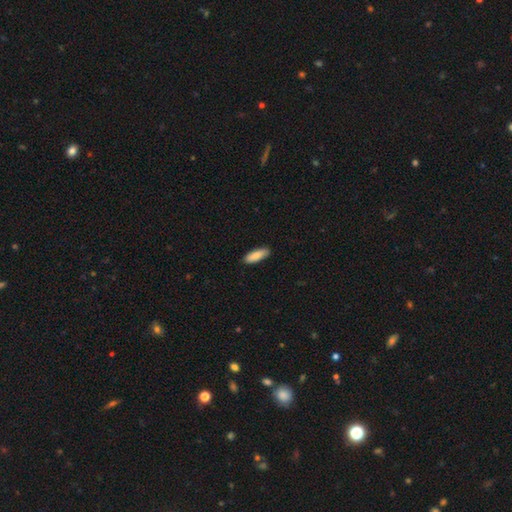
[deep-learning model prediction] This is clearly a smooth galaxy (86%). How rounded: likely in between (62%). Merging: clearly none (89%).